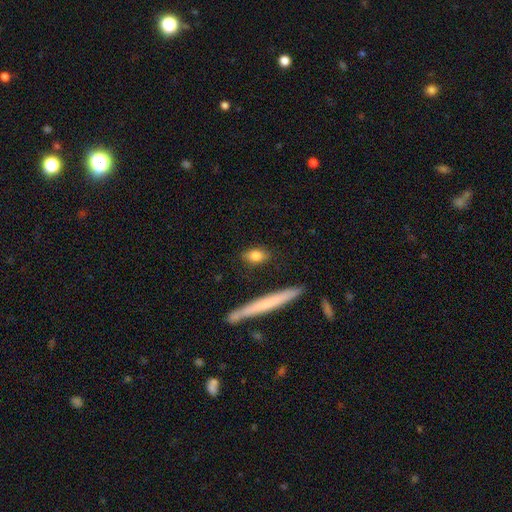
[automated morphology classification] Smooth or featured? Predicted: smooth (p=0.80). How rounded? Predicted: in between (p=0.75). Merging? Predicted: none (p=0.83).